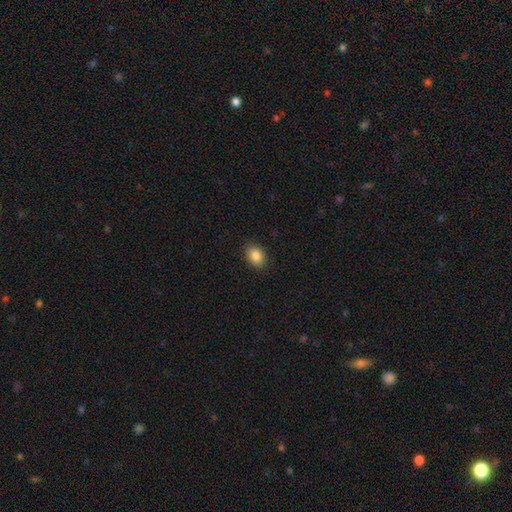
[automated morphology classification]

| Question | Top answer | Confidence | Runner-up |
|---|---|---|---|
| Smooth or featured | smooth | 86% | star or artifact (9%) |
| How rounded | in between | 69% | round (30%) |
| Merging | none | 88% | minor disturbance (9%) |